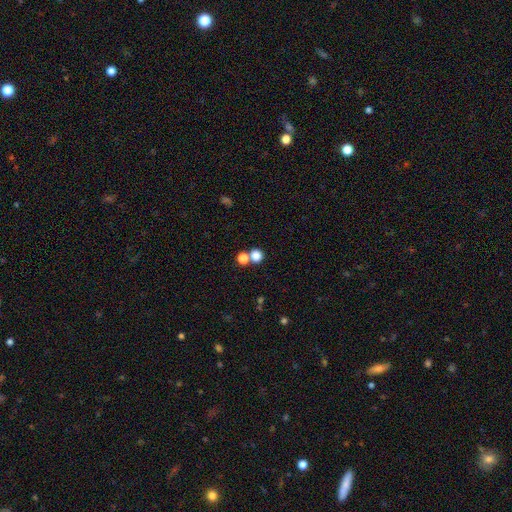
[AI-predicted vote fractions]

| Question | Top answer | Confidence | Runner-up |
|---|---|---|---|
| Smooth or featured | smooth | 79% | star or artifact (15%) |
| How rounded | round | 88% | in between (11%) |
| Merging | none | 63% | merger (26%) |